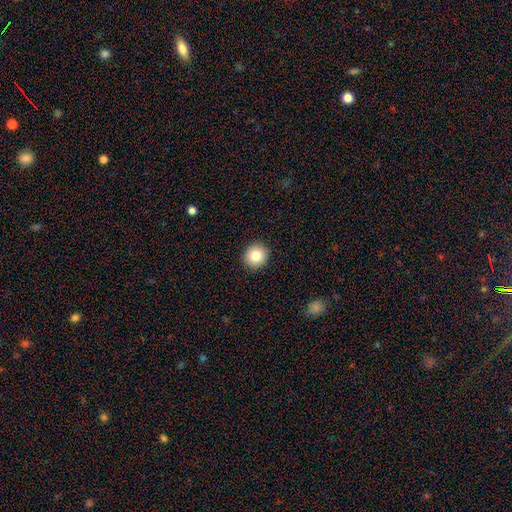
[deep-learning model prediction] smooth-or-featured: smooth: 83% | star or artifact: 10% | featured or disk: 7%
  how-rounded: round: 90% | in between: 9% | cigar-shaped: 1%
  merging: none: 92% | minor disturbance: 5% | major disturbance: 2% | merger: 1%